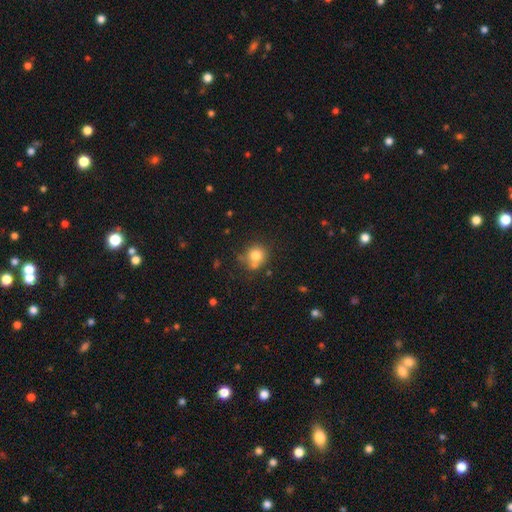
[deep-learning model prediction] smooth_or_featured: smooth (p=0.78) [alt: star or artifact p=0.11]
how_rounded: round (p=0.82) [alt: in between p=0.17]
merging: none (p=0.61) [alt: minor disturbance p=0.19]